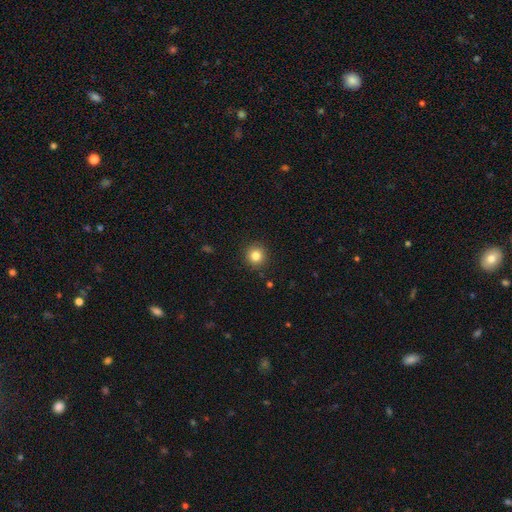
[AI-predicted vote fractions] Smooth or featured? smooth (83%)
How rounded? round (93%)
Merging? none (91%)